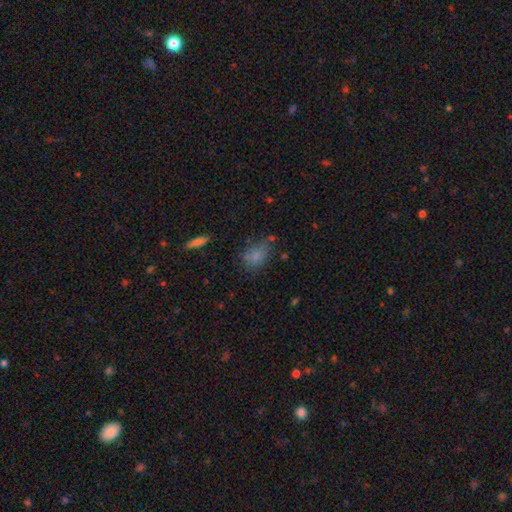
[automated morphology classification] Smooth or featured: smooth — 75% (star or artifact — 13%)
How rounded: in between — 76% (round — 21%)
Merging: none — 52% (minor disturbance — 28%)